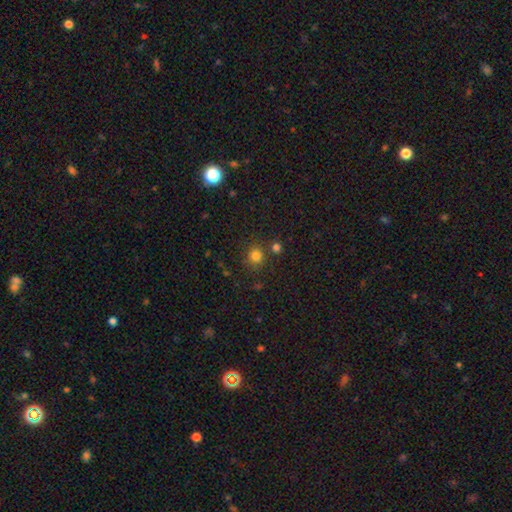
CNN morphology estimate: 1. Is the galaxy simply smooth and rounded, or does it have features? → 80% smooth, 15% star or artifact, 5% featured or disk.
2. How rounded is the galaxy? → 86% round, 13% in between, 1% cigar-shaped.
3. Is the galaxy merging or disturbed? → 79% none, 9% merger, 9% minor disturbance, 3% major disturbance.